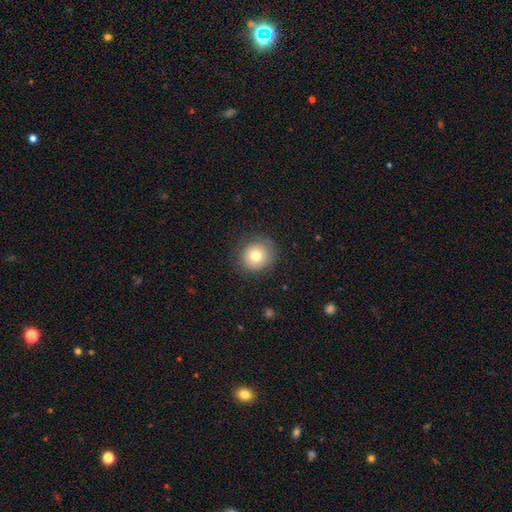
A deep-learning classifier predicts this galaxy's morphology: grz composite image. It shows a smooth galaxy with no disk features (75%) that is round (88%). Merging: none (85%).